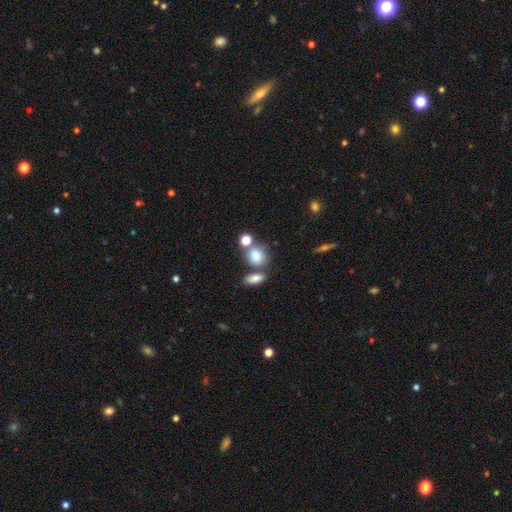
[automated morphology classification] Q: Smooth or featured?
A: smooth (80%); runner-up: star or artifact (11%)
Q: How rounded?
A: round (57%); runner-up: in between (41%)
Q: Merging?
A: none (51%); runner-up: merger (31%)